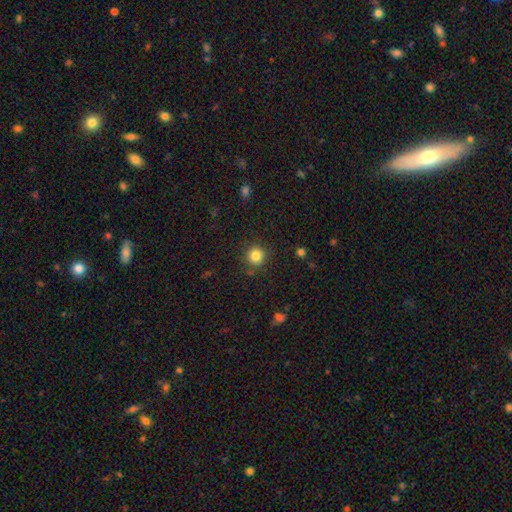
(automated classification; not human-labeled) Smooth or featured?
  - smooth: 83% *
  - star or artifact: 12%
  - featured or disk: 5%
How rounded?
  - round: 93% *
  - in between: 6%
  - cigar-shaped: 1%
Merging?
  - none: 88% *
  - minor disturbance: 7%
  - major disturbance: 3%
  - merger: 2%